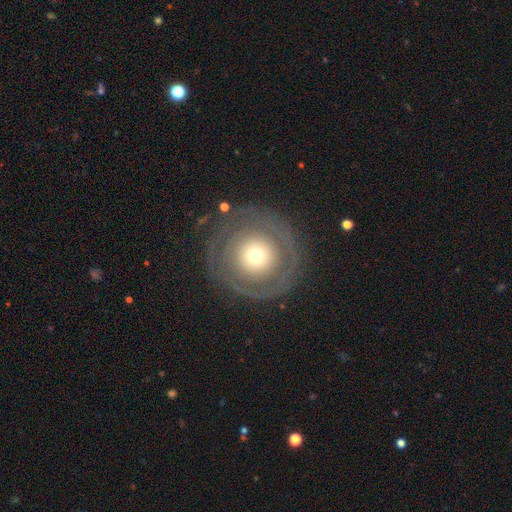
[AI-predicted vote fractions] The model was most divided on "smooth or featured": featured or disk: 51%, smooth: 42%, star or artifact: 7%. More confident: edge-on disk — no (95%); merging — none (78%).